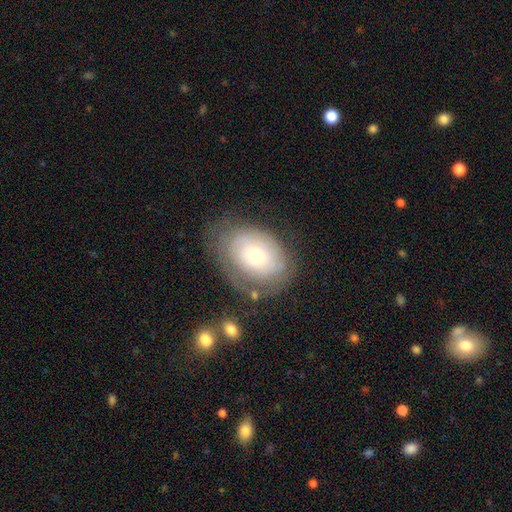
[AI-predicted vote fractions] Smooth or featured?
  - featured or disk: 51% *
  - smooth: 41%
  - star or artifact: 8%
Edge-on disk?
  - no: 94% *
  - yes: 6%
Merging?
  - none: 63% *
  - minor disturbance: 23%
  - major disturbance: 12%
  - merger: 3%